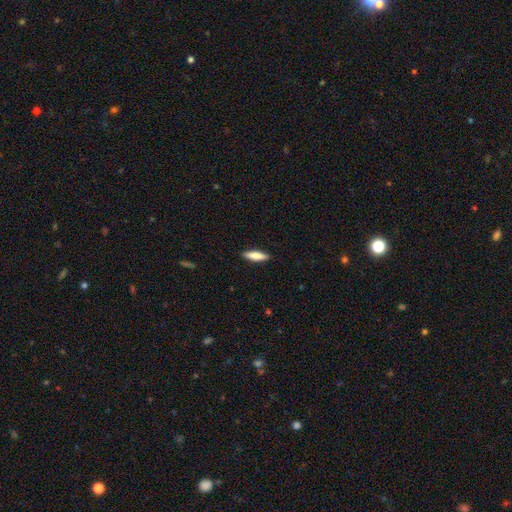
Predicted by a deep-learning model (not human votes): Morphology: type=smooth (77%); roundness=cigar-shaped (64%); merging=none (89%).